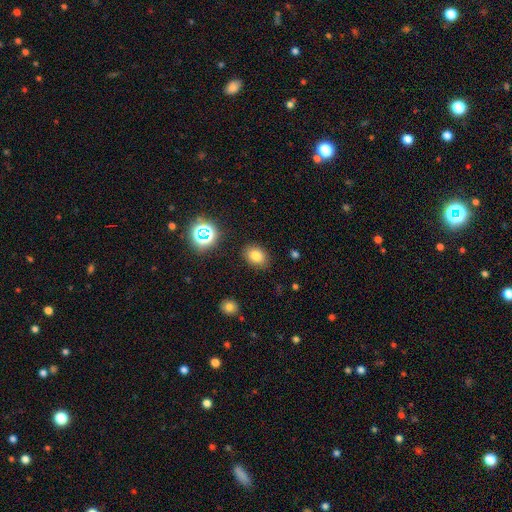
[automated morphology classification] This is likely a smooth galaxy (78%). How rounded: likely in between (67%). Merging: clearly none (86%).